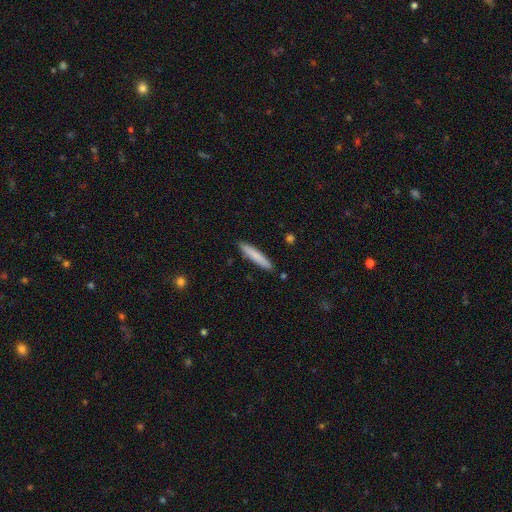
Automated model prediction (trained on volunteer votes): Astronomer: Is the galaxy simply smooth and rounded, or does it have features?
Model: smooth — 79%.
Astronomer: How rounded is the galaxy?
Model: cigar-shaped — 93%.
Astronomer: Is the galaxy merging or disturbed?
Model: none — 90%.